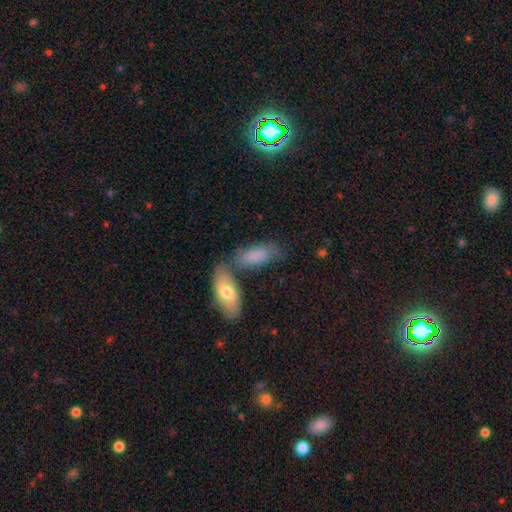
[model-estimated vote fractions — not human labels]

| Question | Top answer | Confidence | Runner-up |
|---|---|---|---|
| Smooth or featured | smooth | 77% | featured or disk (16%) |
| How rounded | in between | 81% | cigar-shaped (16%) |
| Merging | none | 47% | merger (30%) |